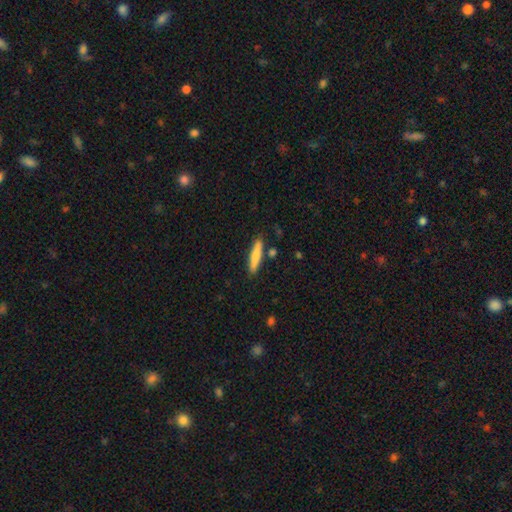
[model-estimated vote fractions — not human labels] Morphology: type=smooth (71%); roundness=cigar-shaped (86%); merging=none (84%).